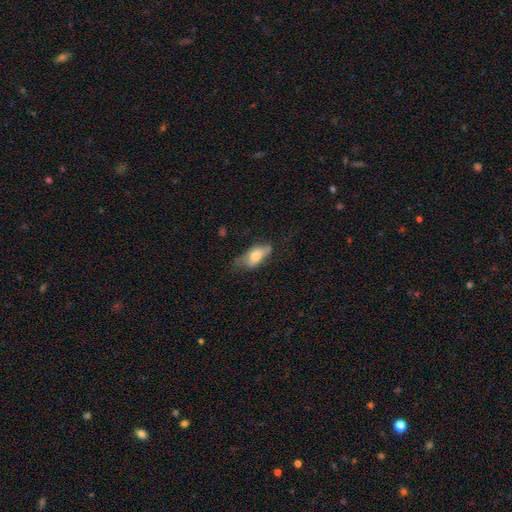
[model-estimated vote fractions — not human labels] A smooth galaxy with no disk features (65%) that is in between round and cigar-shaped (84%). Merging: none (50%).